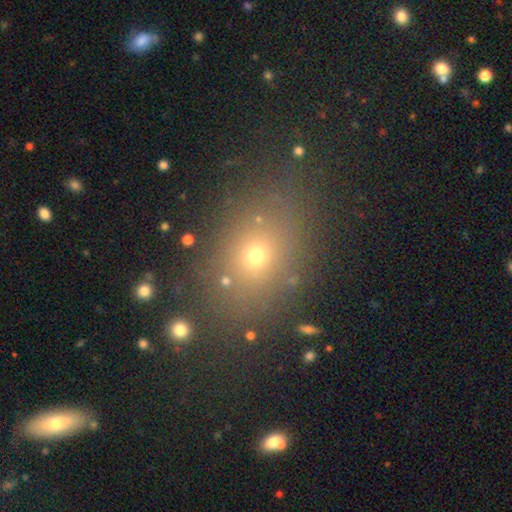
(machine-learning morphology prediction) smooth_or_featured: smooth (p=0.63) [alt: star or artifact p=0.25]
how_rounded: in between (p=0.57) [alt: round p=0.41]
merging: none (p=0.83) [alt: minor disturbance p=0.10]